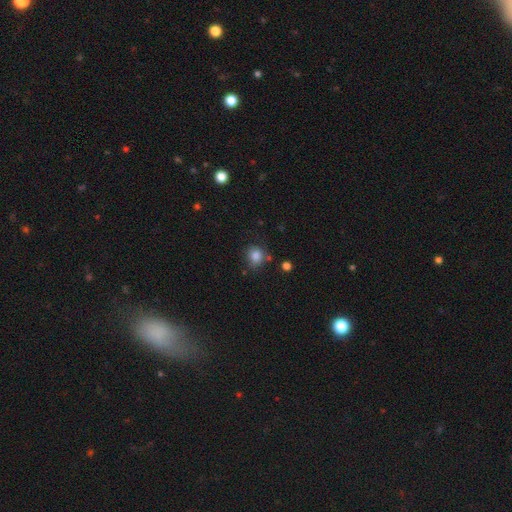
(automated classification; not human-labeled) Smooth or featured: smooth — 83% (star or artifact — 11%)
How rounded: round — 73% (in between — 26%)
Merging: none — 70% (minor disturbance — 18%)